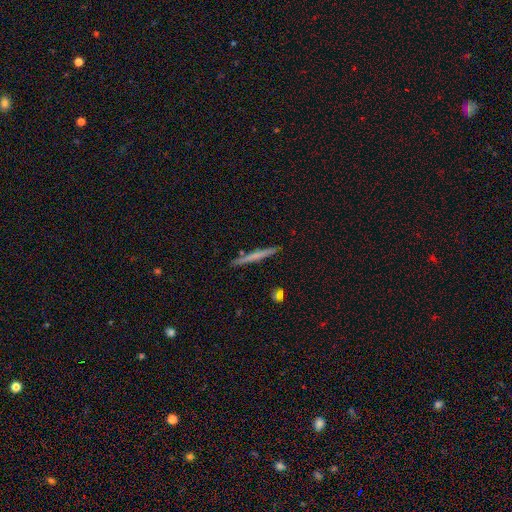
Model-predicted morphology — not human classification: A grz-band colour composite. It shows a smooth galaxy with no disk features (52%) that is cigar-shaped (96%). Merging: none (91%).